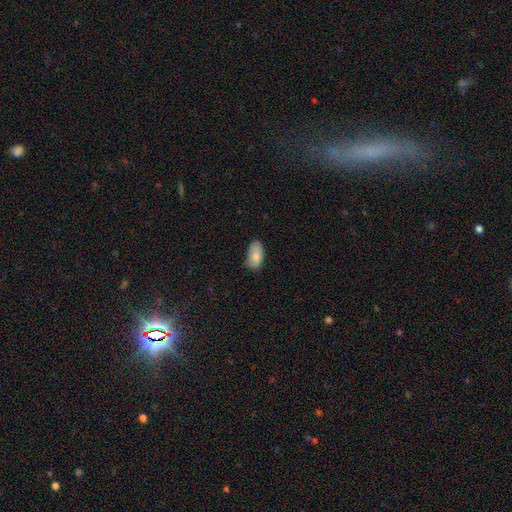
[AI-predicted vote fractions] The model was most divided on "merging": none: 62%, minor disturbance: 30%, major disturbance: 6%, merger: 2%. More confident: how rounded — in between (94%); smooth or featured — smooth (85%).